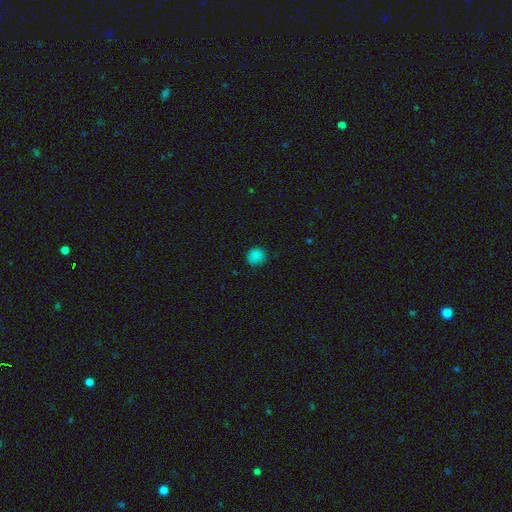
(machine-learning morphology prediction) smooth_or_featured: smooth (p=0.84) [alt: star or artifact p=0.13]
how_rounded: round (p=0.88) [alt: in between p=0.11]
merging: none (p=0.88) [alt: minor disturbance p=0.09]